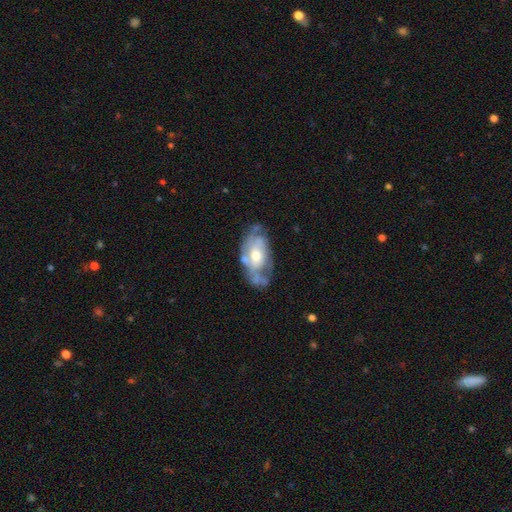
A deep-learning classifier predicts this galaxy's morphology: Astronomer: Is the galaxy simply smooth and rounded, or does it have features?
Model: featured or disk — 67%.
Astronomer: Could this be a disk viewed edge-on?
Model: no — 93%.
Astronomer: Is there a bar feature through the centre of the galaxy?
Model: no — 75%.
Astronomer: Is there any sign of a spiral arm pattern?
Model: yes — 56% (runner-up: no, 44%).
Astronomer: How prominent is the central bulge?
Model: moderate — 62%.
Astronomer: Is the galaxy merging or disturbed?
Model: none — 46% (runner-up: minor disturbance, 29%).